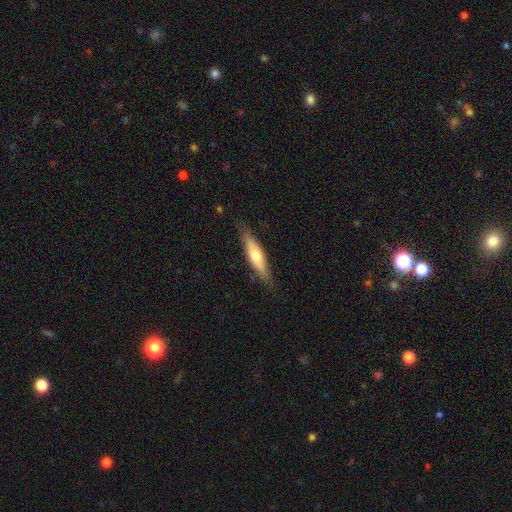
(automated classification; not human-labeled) Smooth or featured: smooth — 54% (featured or disk — 40%)
How rounded: cigar-shaped — 71% (in between — 28%)
Merging: none — 81% (minor disturbance — 15%)